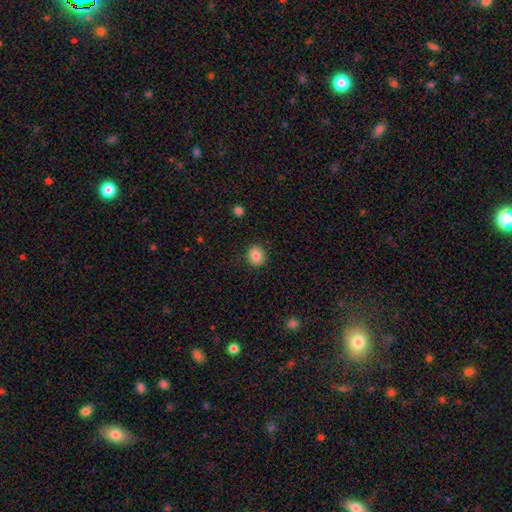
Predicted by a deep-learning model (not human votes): Morphology: type=smooth (84%); roundness=round (79%); merging=none (88%).